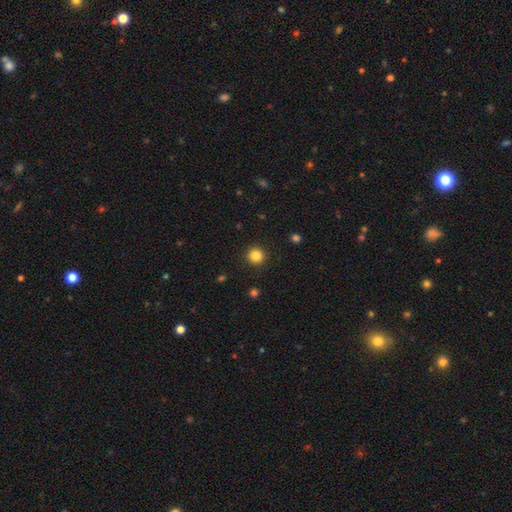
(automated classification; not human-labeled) A smooth galaxy with no disk features (85%) that is round (94%).

Vote fractions:
- Smooth or featured? smooth: 85% / star or artifact: 11% / featured or disk: 4%
- How rounded? round: 94% / in between: 5% / cigar-shaped: 1%
- Merging? none: 92% / minor disturbance: 5% / major disturbance: 2% / merger: 1%